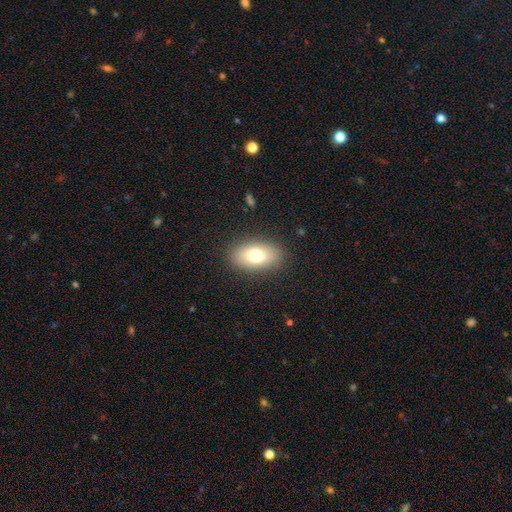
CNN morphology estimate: The model was most divided on "smooth or featured": smooth: 75%, featured or disk: 16%, star or artifact: 9%. More confident: how rounded — in between (89%); merging — none (87%).